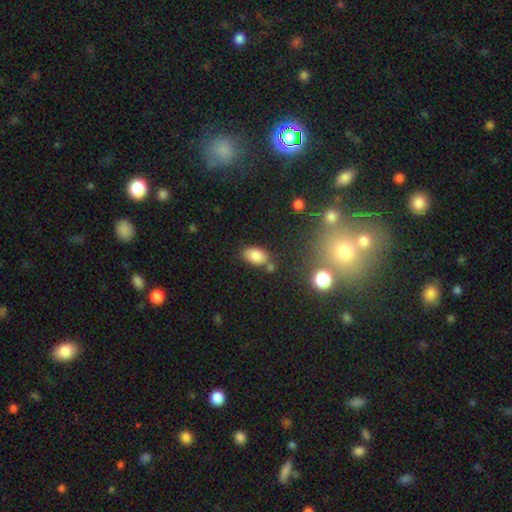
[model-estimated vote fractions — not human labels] This is clearly a smooth galaxy (81%). How rounded: clearly in between (91%). Merging: likely none (70%).